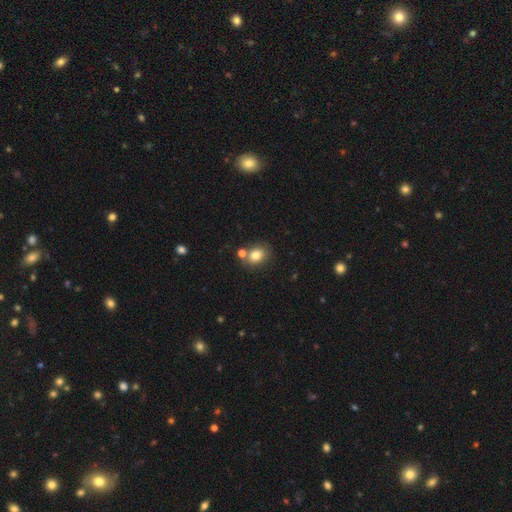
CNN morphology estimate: A smooth galaxy with no disk features (79%) that is round (53%).

Vote fractions:
- Smooth or featured? smooth: 79% / star or artifact: 11% / featured or disk: 10%
- How rounded? round: 53% / in between: 46% / cigar-shaped: 1%
- Merging? none: 64% / merger: 20% / minor disturbance: 12% / major disturbance: 4%